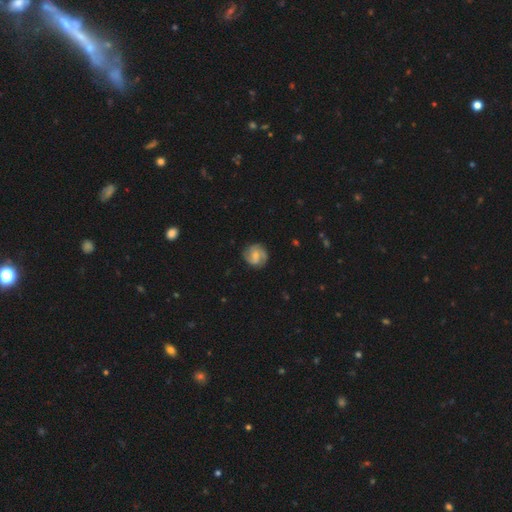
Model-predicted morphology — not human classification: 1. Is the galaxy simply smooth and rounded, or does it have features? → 70% featured or disk, 23% smooth, 6% star or artifact.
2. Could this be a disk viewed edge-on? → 98% no, 2% yes.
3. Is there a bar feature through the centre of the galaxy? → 49% weak, 39% no, 12% strong.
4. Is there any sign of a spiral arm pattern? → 94% yes, 6% no.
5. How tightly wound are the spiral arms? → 45% medium, 40% tight, 15% loose.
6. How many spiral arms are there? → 73% 2, 11% 3, 10% can't tell, 3% 1, 2% 4, 2% more than 4.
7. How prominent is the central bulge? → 47% small, 37% moderate, 12% none, 3% large, 1% dominant.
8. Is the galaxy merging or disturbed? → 81% none, 14% minor disturbance, 4% major disturbance, 1% merger.